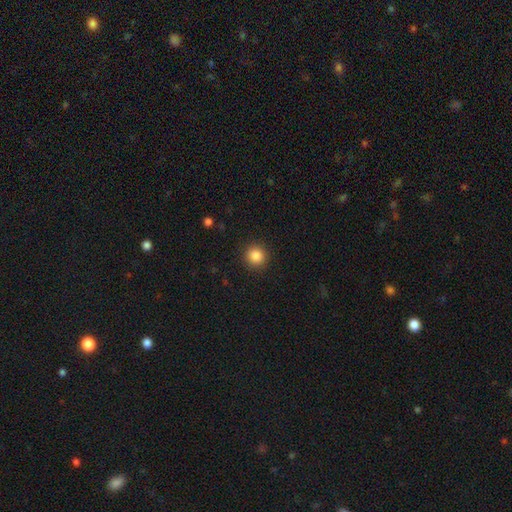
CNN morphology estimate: The model was most divided on "smooth or featured": smooth: 86%, star or artifact: 10%, featured or disk: 4%. More confident: how rounded — round (94%); merging — none (91%).